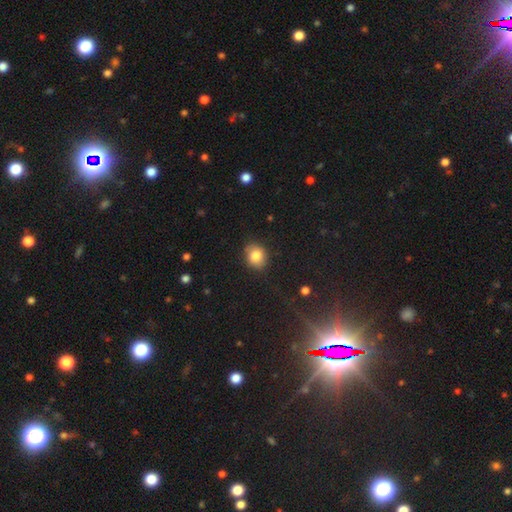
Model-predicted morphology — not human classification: type=smooth (82%); roundness=round (61%); merging=none (82%).